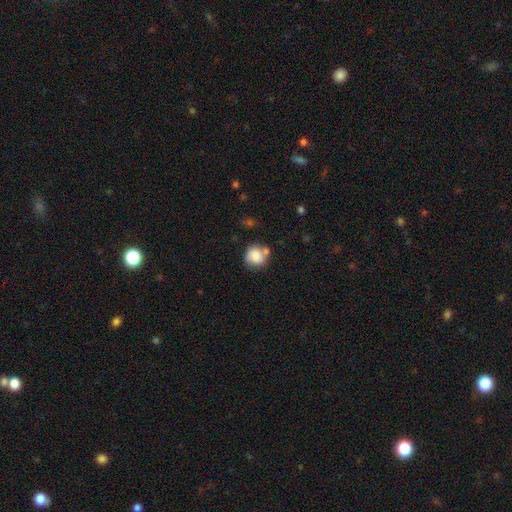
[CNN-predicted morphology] This is clearly a smooth galaxy (80%). How rounded: clearly round (83%). Merging: possibly none (55%).